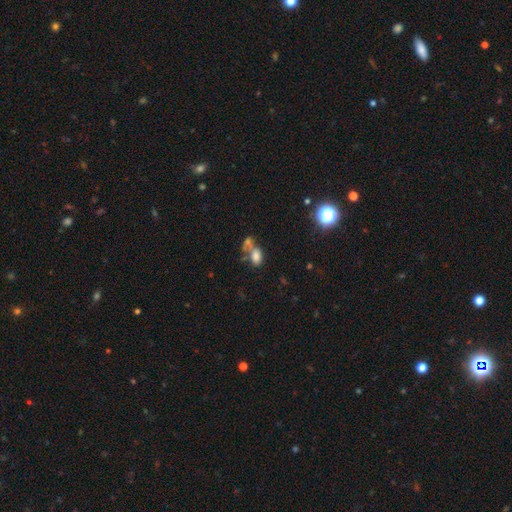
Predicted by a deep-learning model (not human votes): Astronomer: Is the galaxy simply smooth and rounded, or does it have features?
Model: smooth — 73%.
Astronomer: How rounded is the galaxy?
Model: in between — 86%.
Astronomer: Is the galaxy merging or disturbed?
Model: merger — 48% (runner-up: none, 30%).